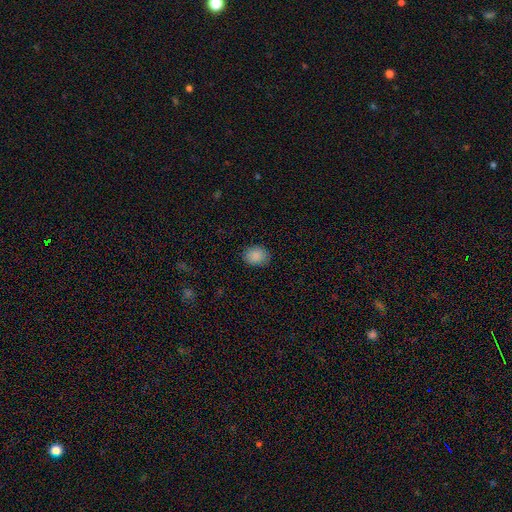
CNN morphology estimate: The model was most divided on "how rounded": round: 53%, in between: 46%, cigar-shaped: 1%. More confident: smooth or featured — smooth (88%); merging — none (84%).